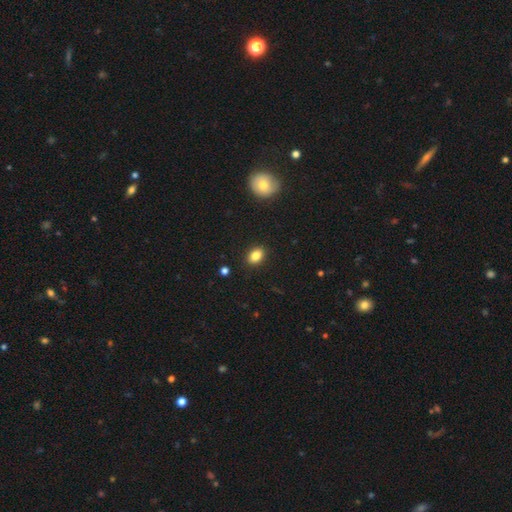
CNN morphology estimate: A smooth galaxy with no disk features (84%) that is in between round and cigar-shaped (79%). Merging: none (89%).